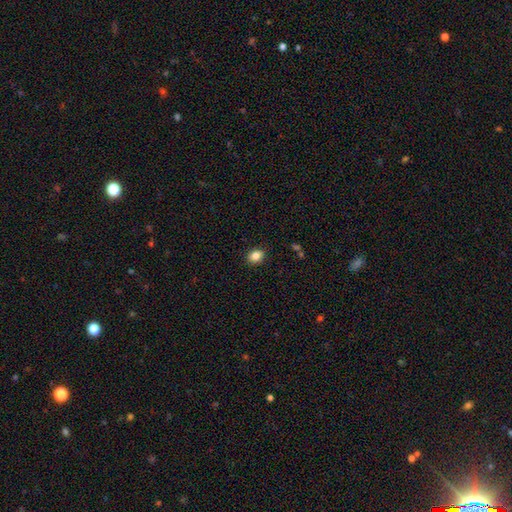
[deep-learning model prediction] Overall: smooth (85%). How rounded: in between (65%; round 34%). Merging: none (89%).